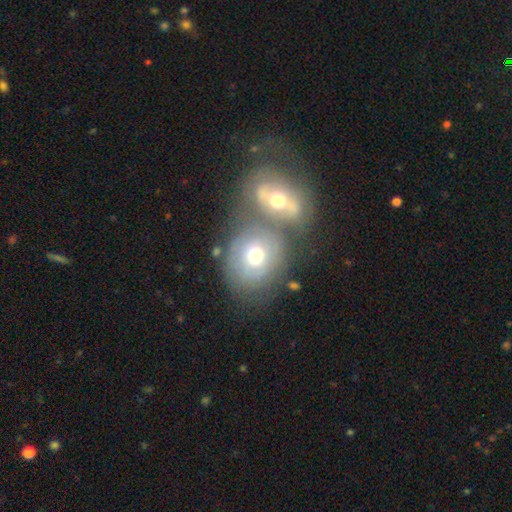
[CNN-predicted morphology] Overall: smooth (53%; featured or disk 38%). How rounded: round (66%; in between 33%). Merging: merger (49%; none 35%).